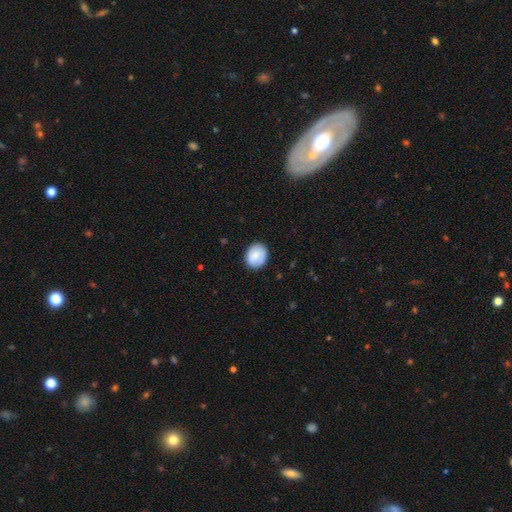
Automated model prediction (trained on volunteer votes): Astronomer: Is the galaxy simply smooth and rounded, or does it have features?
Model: smooth — 76%.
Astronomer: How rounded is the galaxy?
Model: round — 57% (runner-up: in between, 42%).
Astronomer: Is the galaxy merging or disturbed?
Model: none — 86%.